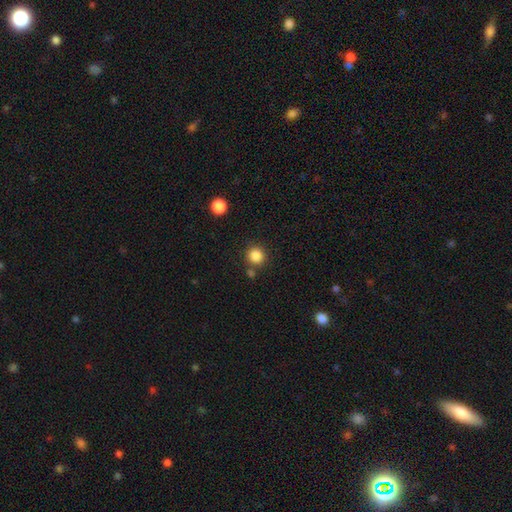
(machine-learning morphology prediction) This is clearly a smooth galaxy (86%). How rounded: clearly round (92%). Merging: clearly none (81%).